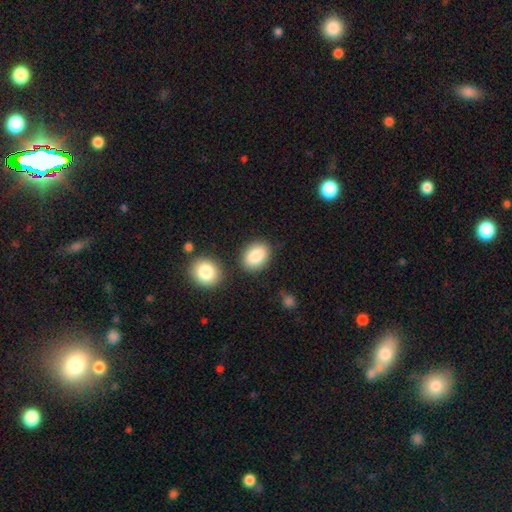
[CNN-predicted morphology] Overall: smooth (86%). How rounded: in between (72%). Merging: none (79%).